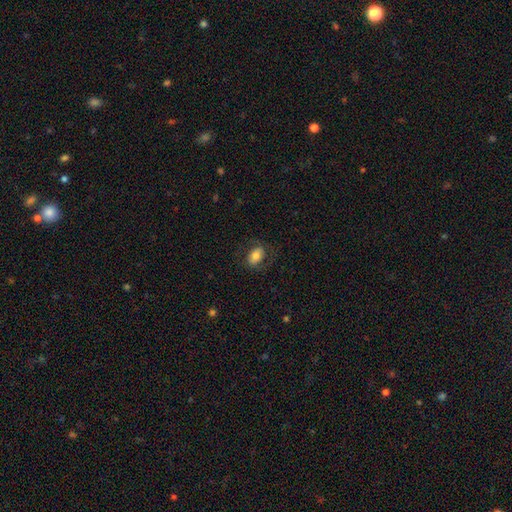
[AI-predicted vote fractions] smooth_or_featured: smooth (p=0.70) [alt: featured or disk p=0.22]
how_rounded: in between (p=0.83) [alt: round p=0.16]
merging: none (p=0.74) [alt: minor disturbance p=0.15]